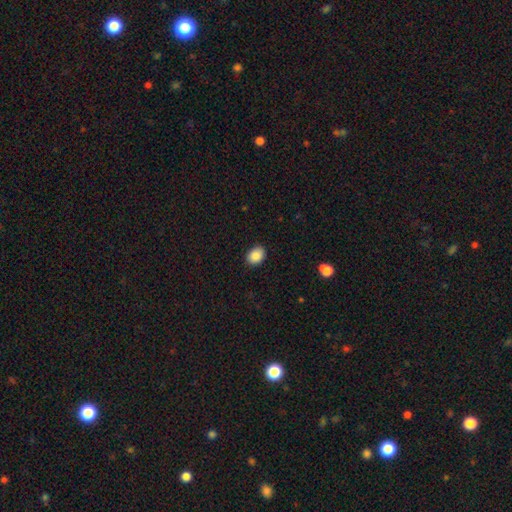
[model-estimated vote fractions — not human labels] Q: Smooth or featured?
A: smooth (88%); runner-up: star or artifact (8%)
Q: How rounded?
A: in between (65%); runner-up: round (34%)
Q: Merging?
A: none (89%); runner-up: minor disturbance (8%)